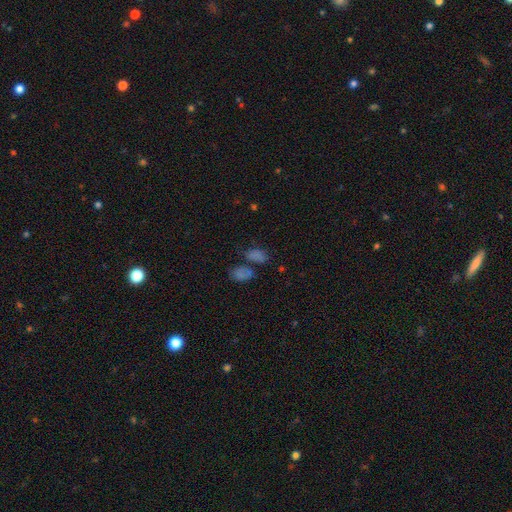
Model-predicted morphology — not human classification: This is possibly a smooth galaxy (57%). How rounded: likely in between (76%). Merging: marginally none (44%).